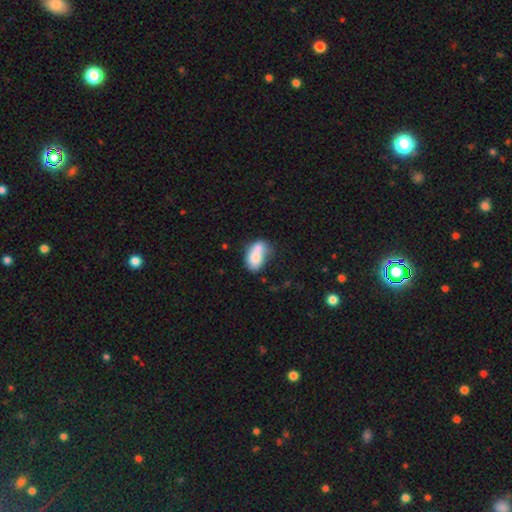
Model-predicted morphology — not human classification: smooth 72%, featured or disk 21%, star or artifact 8%. Down the decision tree: how rounded — in between (87%); merging — merger (50%).